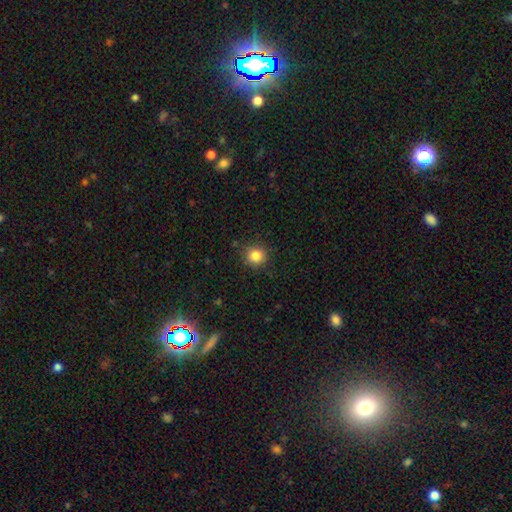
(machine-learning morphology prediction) Q: Smooth or featured?
A: smooth (84%); runner-up: star or artifact (11%)
Q: How rounded?
A: round (91%); runner-up: in between (8%)
Q: Merging?
A: none (88%); runner-up: minor disturbance (9%)